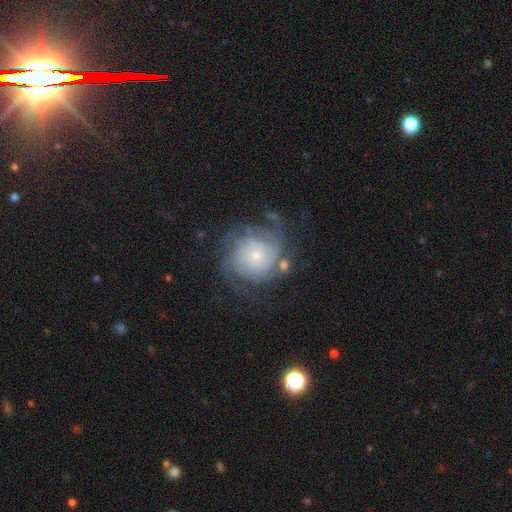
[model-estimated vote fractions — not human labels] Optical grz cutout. It shows a featured or disk galaxy (78%) with no bar (78%), tight (58%) spiral arms (91%) and a small central bulge (68%). Merging: none (60%).